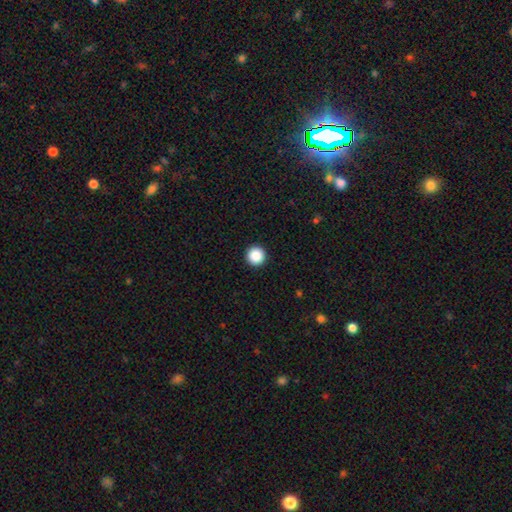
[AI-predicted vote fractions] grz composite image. It shows a smooth galaxy with no disk features (88%) that is round (97%). Merging: none (94%).